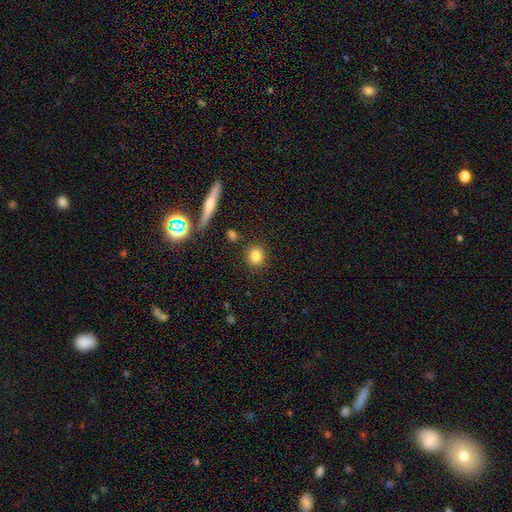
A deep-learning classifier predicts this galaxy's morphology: Smooth or featured? smooth (82%)
How rounded? round (80%)
Merging? none (87%)